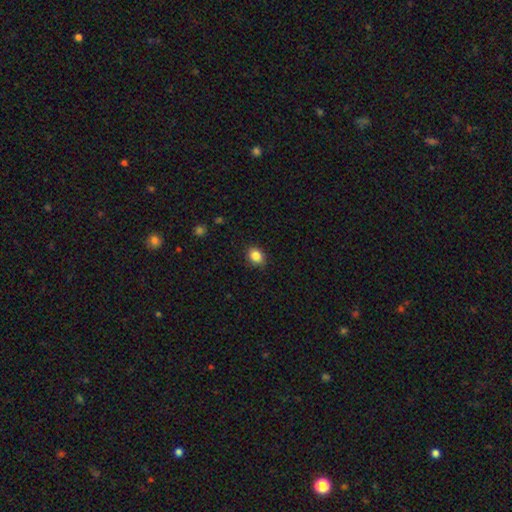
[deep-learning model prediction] Smooth or featured? smooth (86%)
How rounded? in between (51%)
Merging? none (86%)